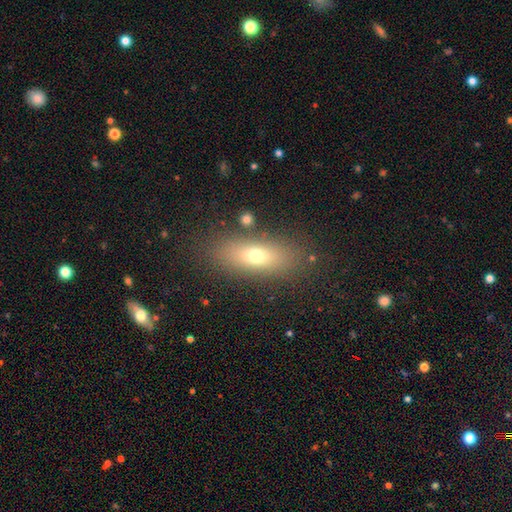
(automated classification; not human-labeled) Smooth or featured?
  - smooth: 66% *
  - featured or disk: 22%
  - star or artifact: 12%
How rounded?
  - in between: 64% *
  - cigar-shaped: 30%
  - round: 6%
Merging?
  - none: 82% *
  - minor disturbance: 10%
  - major disturbance: 4%
  - merger: 3%